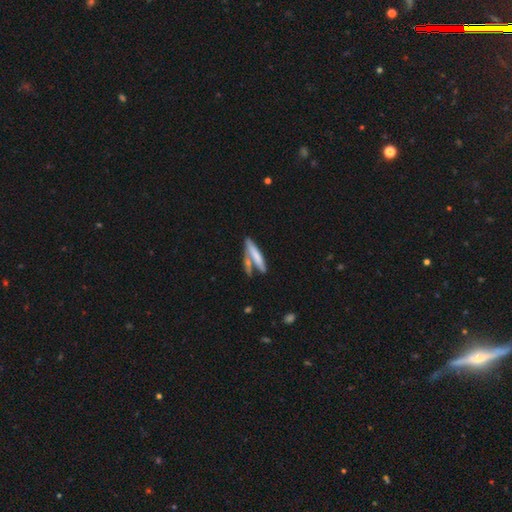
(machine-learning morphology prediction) A smooth galaxy with no disk features (68%) that is cigar-shaped (84%). Merging: none (50%).